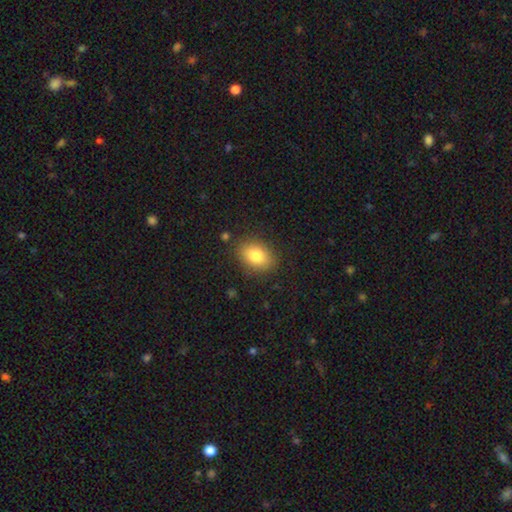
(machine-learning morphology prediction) smooth_or_featured: smooth (p=0.81) [alt: featured or disk p=0.11]
how_rounded: in between (p=0.77) [alt: round p=0.22]
merging: none (p=0.84) [alt: minor disturbance p=0.11]